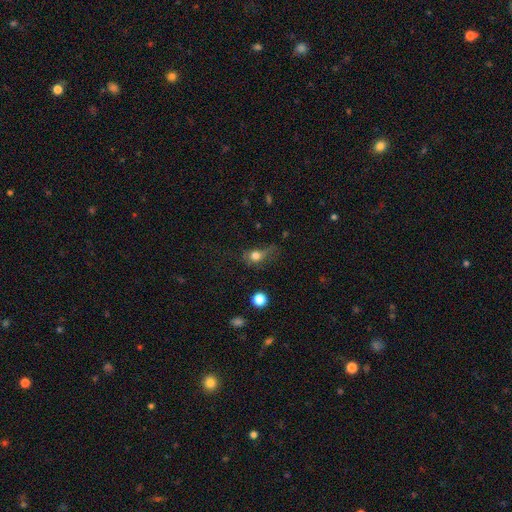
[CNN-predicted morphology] This appears to be a smooth galaxy with no disk features (72%) that is in between round and cigar-shaped (50%). Merging: none (36%).